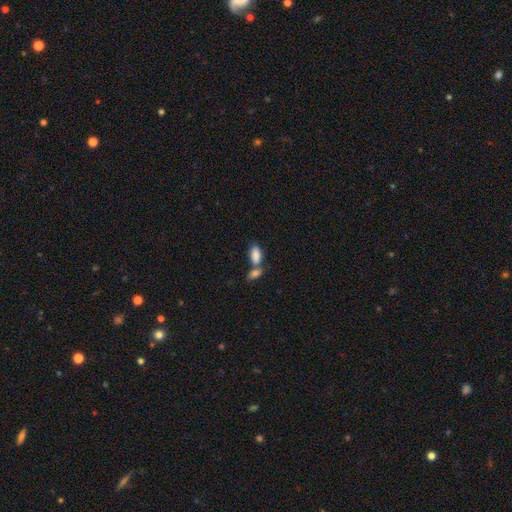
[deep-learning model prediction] A smooth galaxy with no disk features (86%) that is in between round and cigar-shaped (92%). Merging: merger (54%).